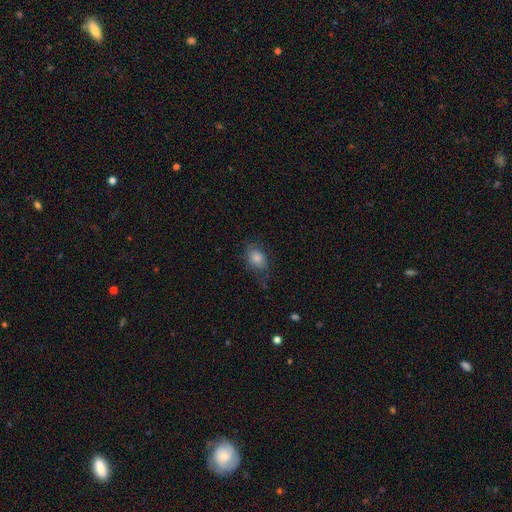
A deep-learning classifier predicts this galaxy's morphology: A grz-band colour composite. It shows a smooth galaxy with no disk features (67%) that is in between round and cigar-shaped (62%). Merging: none (63%).